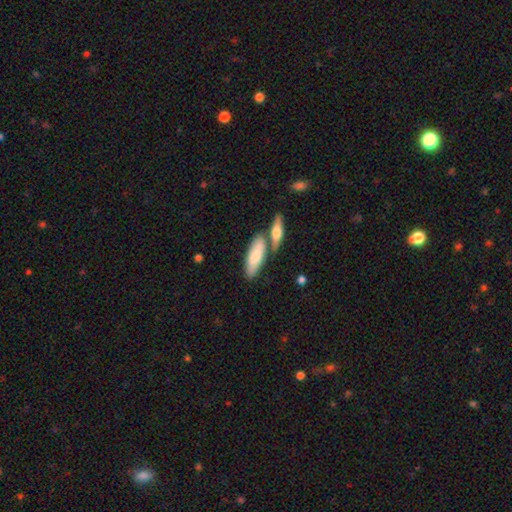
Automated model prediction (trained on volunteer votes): smooth-or-featured: smooth: 73% | featured or disk: 22% | star or artifact: 5%
  how-rounded: in between: 63% | cigar-shaped: 34% | round: 2%
  merging: none: 56% | merger: 29% | minor disturbance: 12% | major disturbance: 3%